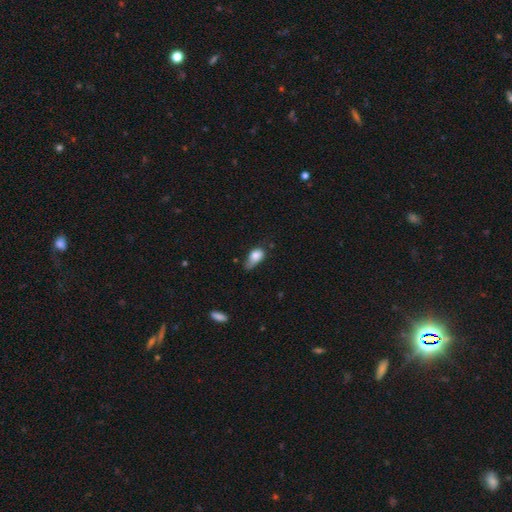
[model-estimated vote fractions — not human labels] Smooth or featured? smooth (80%)
How rounded? in between (84%)
Merging? minor disturbance (43%)